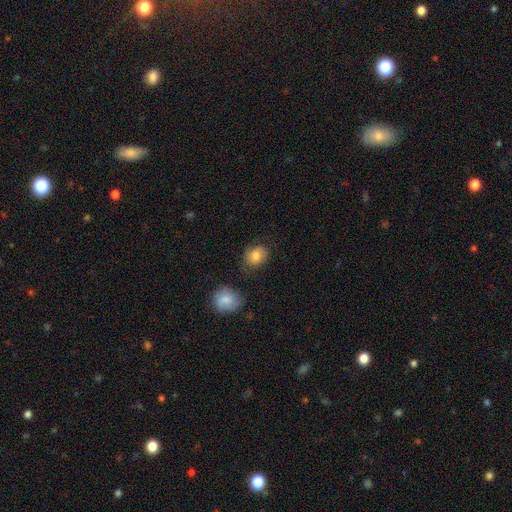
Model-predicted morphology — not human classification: Smooth or featured: smooth — 82% (star or artifact — 9%)
How rounded: round — 53% (in between — 46%)
Merging: none — 76% (minor disturbance — 16%)